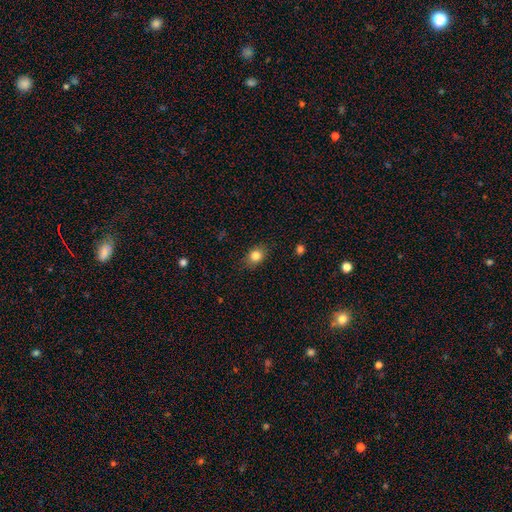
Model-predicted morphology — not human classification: Q: Smooth or featured?
A: smooth (82%); runner-up: star or artifact (10%)
Q: How rounded?
A: in between (52%); runner-up: round (47%)
Q: Merging?
A: none (84%); runner-up: minor disturbance (12%)